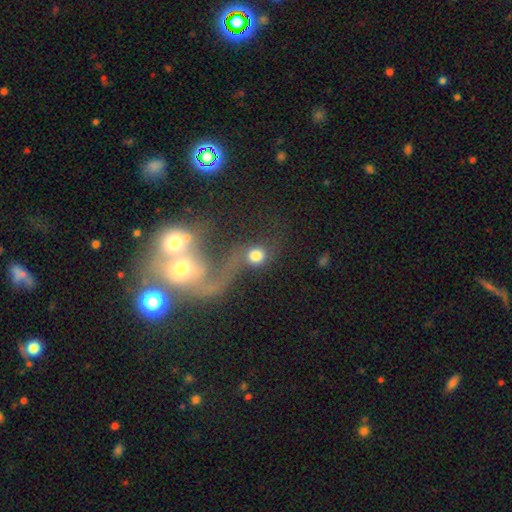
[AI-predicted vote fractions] This is likely a smooth galaxy (67%). How rounded: likely round (78%). Merging: marginally merger (43%).